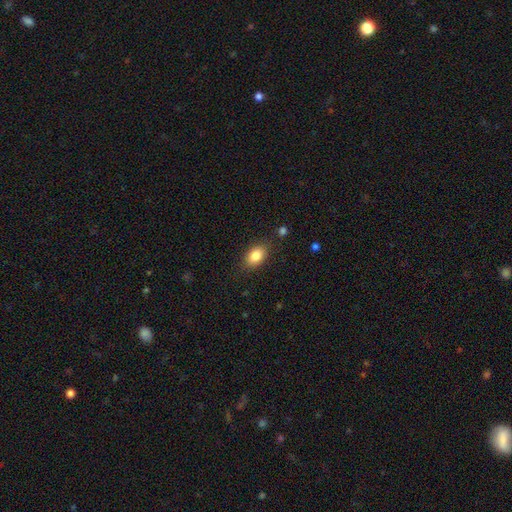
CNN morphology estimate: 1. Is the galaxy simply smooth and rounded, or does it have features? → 84% smooth, 8% star or artifact, 8% featured or disk.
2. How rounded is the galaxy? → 85% in between, 13% round, 2% cigar-shaped.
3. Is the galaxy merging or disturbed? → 83% none, 12% minor disturbance, 3% major disturbance, 2% merger.